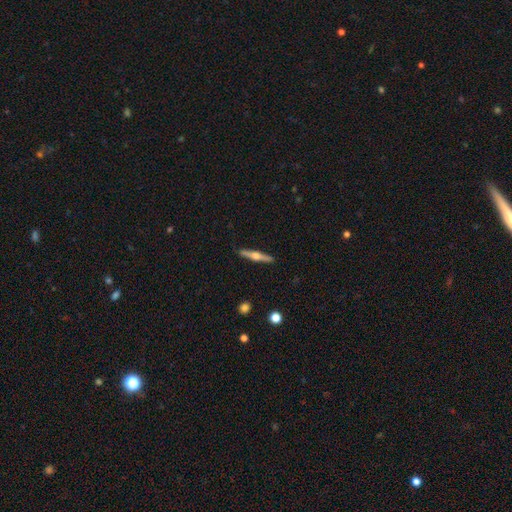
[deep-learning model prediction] Morphology: type=featured or disk (70%); edge-on=yes (98%); edge-on bulge=rounded (93%); merging=none (91%).